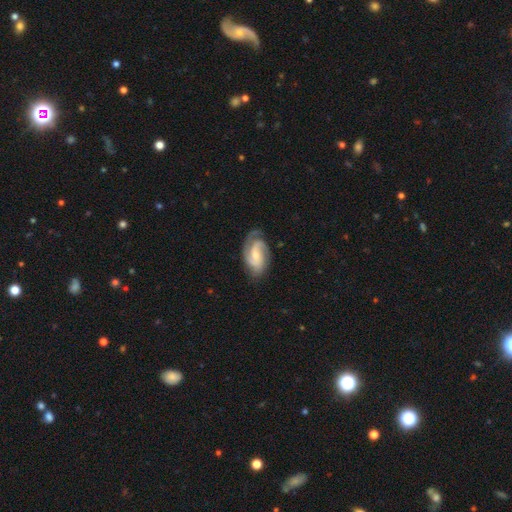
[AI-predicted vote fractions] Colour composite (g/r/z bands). It shows a featured or disk galaxy (85%) with no bar (47%), 2 (59%) medium (47%) spiral arms (97%) and a small central bulge (48%). Merging: none (70%).